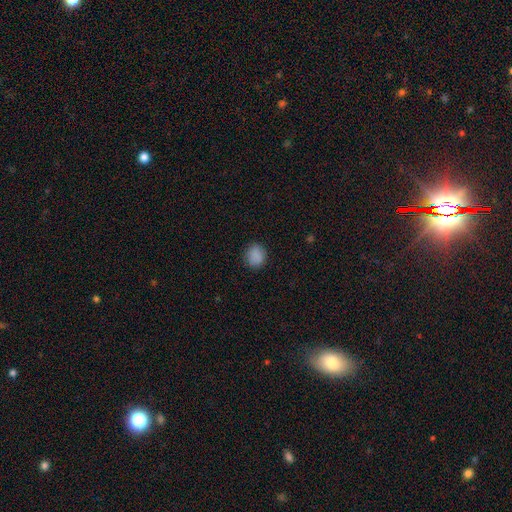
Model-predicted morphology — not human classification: This is clearly a smooth galaxy (87%). How rounded: likely round (72%). Merging: clearly none (86%).